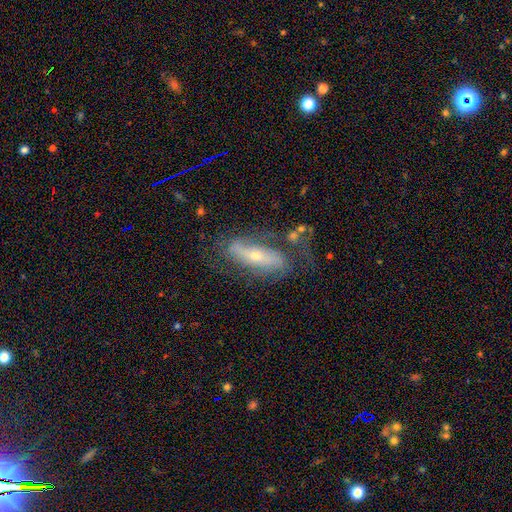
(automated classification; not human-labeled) smooth-or-featured: featured or disk: 72% | smooth: 20% | star or artifact: 8%
  disk-edge-on: no: 79% | yes: 21%
    bar: no: 45% | strong: 32% | weak: 23%
    has-spiral-arms: yes: 78% | no: 22%
    bulge-size: small: 63% | moderate: 32% | large: 2% | none: 1% | dominant: 1%
  merging: none: 54% | minor disturbance: 22% | major disturbance: 19% | merger: 5%